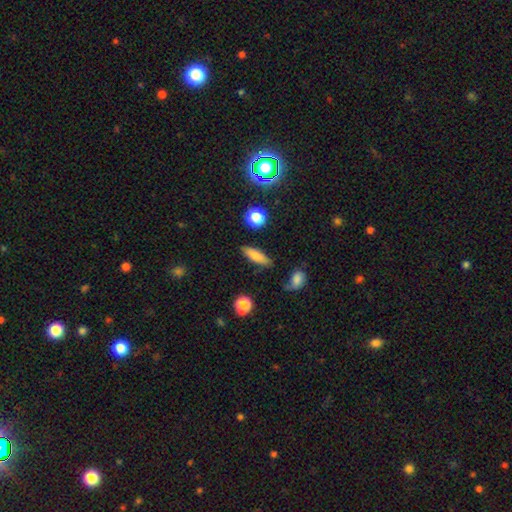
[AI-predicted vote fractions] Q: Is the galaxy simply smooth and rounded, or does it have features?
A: smooth — 77%.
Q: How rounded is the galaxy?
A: cigar-shaped — 52%.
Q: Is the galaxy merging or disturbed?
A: none — 83%.